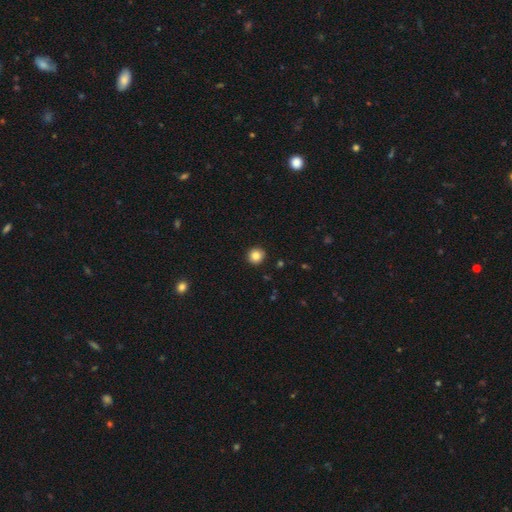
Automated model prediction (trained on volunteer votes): smooth-or-featured: smooth: 85% | star or artifact: 10% | featured or disk: 4%
  how-rounded: round: 93% | in between: 6% | cigar-shaped: 1%
  merging: none: 92% | minor disturbance: 5% | major disturbance: 2% | merger: 1%